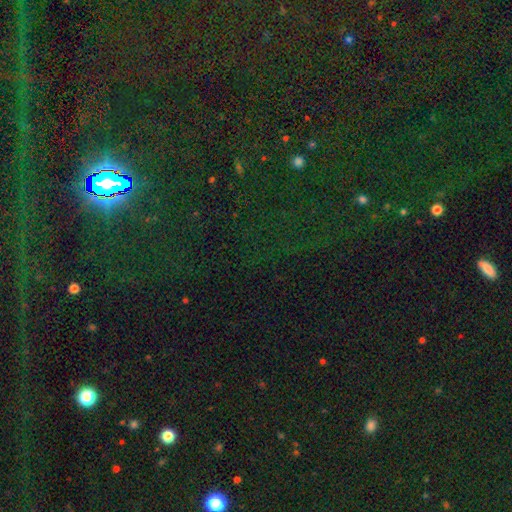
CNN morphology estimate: Smooth or featured: star or artifact — 83% (smooth — 11%)